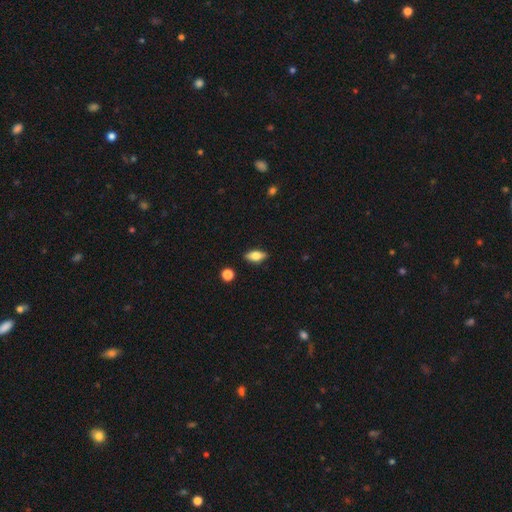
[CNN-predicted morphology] Smooth or featured? smooth (68%)
How rounded? in between (84%)
Merging? none (87%)